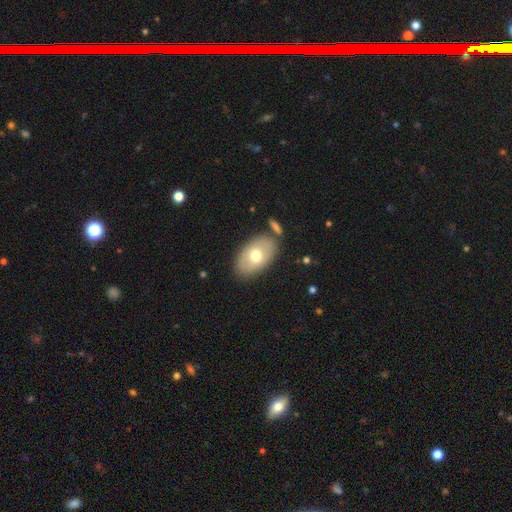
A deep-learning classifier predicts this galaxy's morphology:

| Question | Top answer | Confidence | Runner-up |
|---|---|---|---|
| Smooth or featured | smooth | 64% | featured or disk (30%) |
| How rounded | in between | 91% | round (8%) |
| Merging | none | 77% | minor disturbance (12%) |